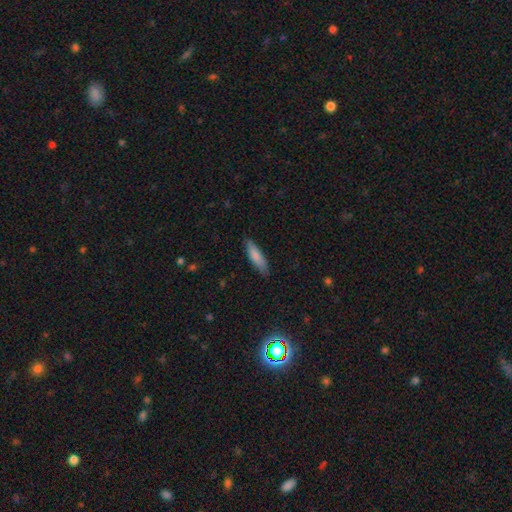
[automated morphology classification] smooth 82%, featured or disk 12%, star or artifact 6%. Down the decision tree: how rounded — cigar-shaped (60%); merging — none (81%).